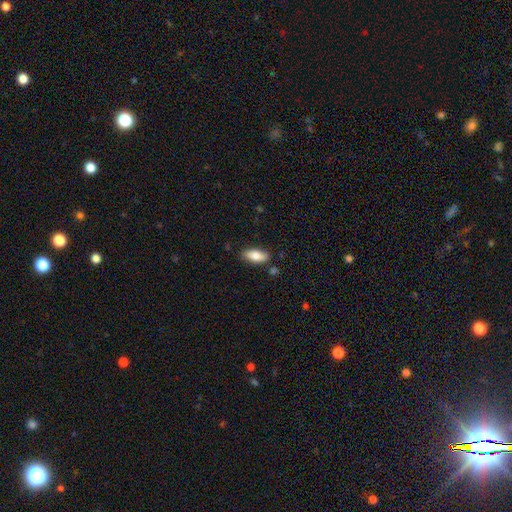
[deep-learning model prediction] This is likely a smooth galaxy (79%). How rounded: clearly in between (86%). Merging: clearly none (82%).